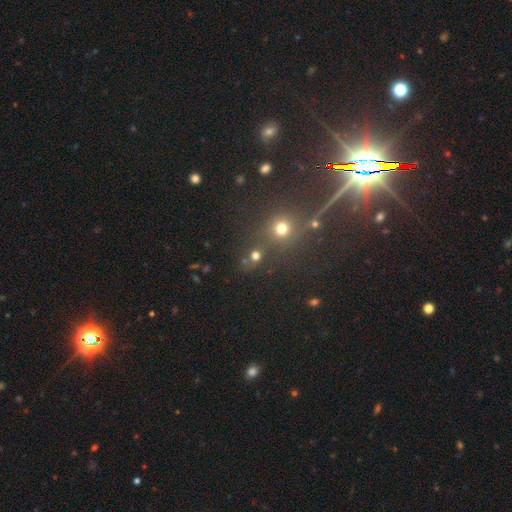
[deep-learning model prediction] smooth 64%, star or artifact 28%, featured or disk 8%. Down the decision tree: how rounded — round (82%); merging — none (67%).